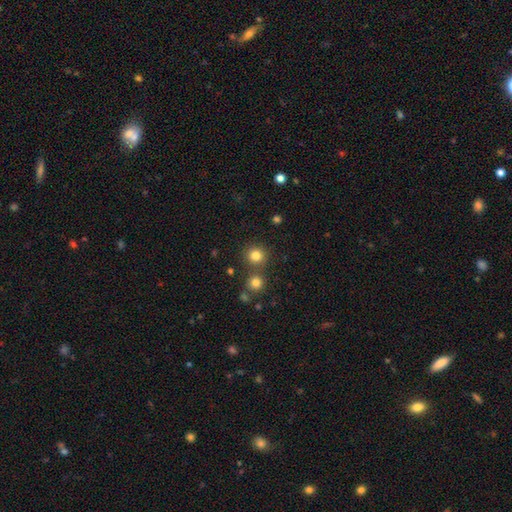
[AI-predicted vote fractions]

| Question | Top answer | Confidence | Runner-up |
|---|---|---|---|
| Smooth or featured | smooth | 81% | star or artifact (13%) |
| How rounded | round | 92% | in between (7%) |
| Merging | none | 77% | merger (13%) |